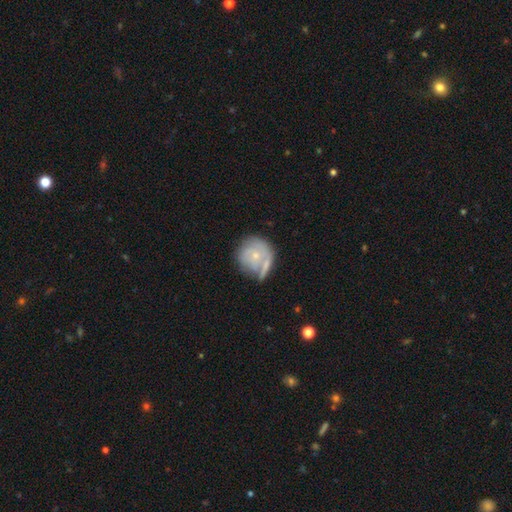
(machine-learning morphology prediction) This appears to be a smooth galaxy with no disk features (49%). Merging: none (45%).